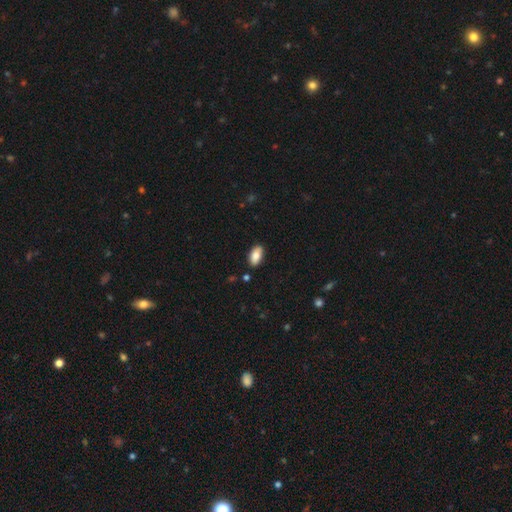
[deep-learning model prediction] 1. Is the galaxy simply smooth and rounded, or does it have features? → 84% smooth, 9% featured or disk, 7% star or artifact.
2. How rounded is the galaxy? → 93% in between, 4% cigar-shaped, 3% round.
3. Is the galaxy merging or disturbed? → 86% none, 10% minor disturbance, 2% major disturbance, 2% merger.